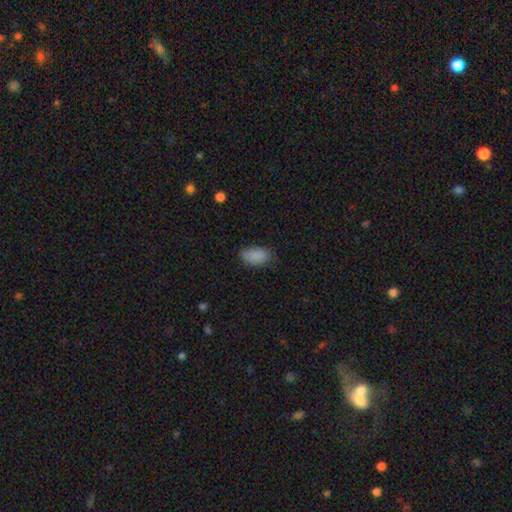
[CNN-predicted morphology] Overall: smooth (87%). How rounded: in between (93%). Merging: none (71%).